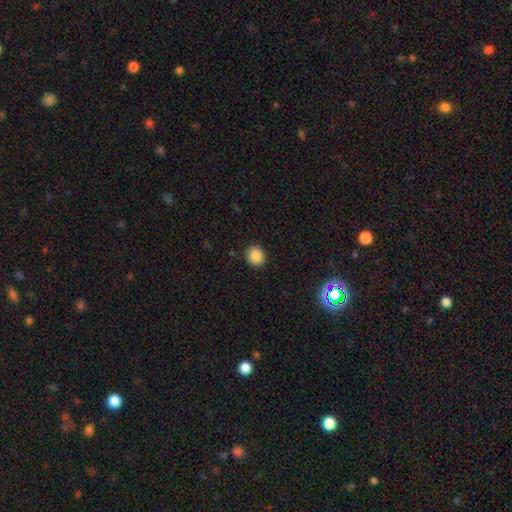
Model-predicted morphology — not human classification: smooth 87%, star or artifact 10%, featured or disk 4%. Down the decision tree: how rounded — round (79%); merging — none (90%).